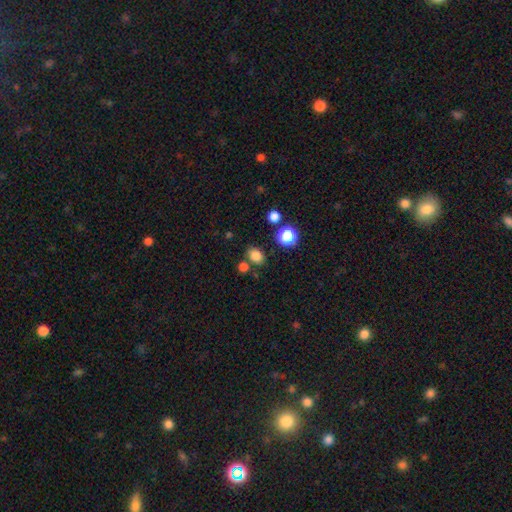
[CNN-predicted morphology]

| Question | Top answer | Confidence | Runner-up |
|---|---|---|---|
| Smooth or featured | smooth | 81% | star or artifact (14%) |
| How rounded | in between | 54% | round (45%) |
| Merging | none | 75% | minor disturbance (12%) |